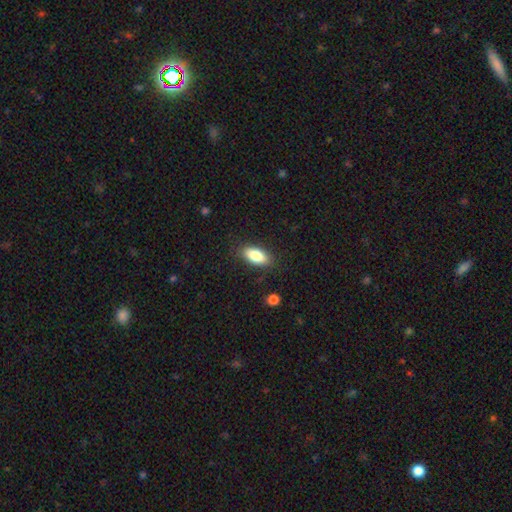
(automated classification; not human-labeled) smooth_or_featured: smooth (p=0.82) [alt: featured or disk p=0.11]
how_rounded: in between (p=0.88) [alt: cigar-shaped p=0.09]
merging: none (p=0.85) [alt: minor disturbance p=0.11]